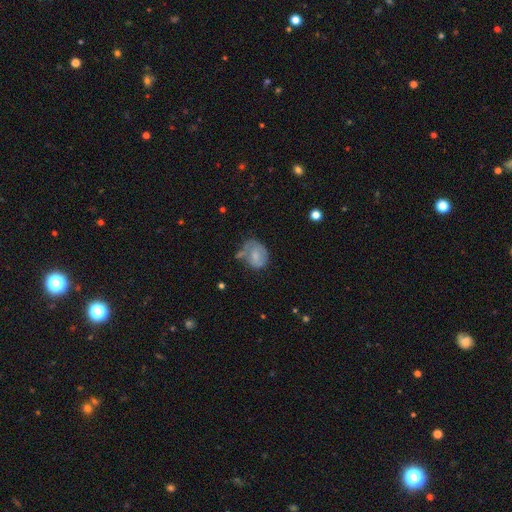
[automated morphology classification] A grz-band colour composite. It shows a smooth galaxy with no disk features (59%) that is in between round and cigar-shaped (58%). Merging: none (36%).